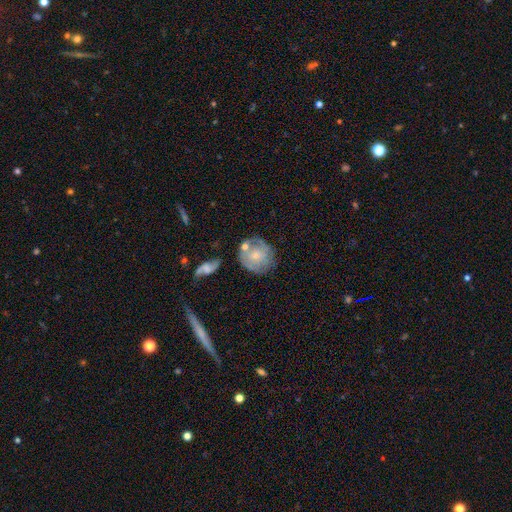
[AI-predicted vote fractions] Overall: smooth (51%; featured or disk 43%). How rounded: round (81%). Merging: none (54%; minor disturbance 22%).